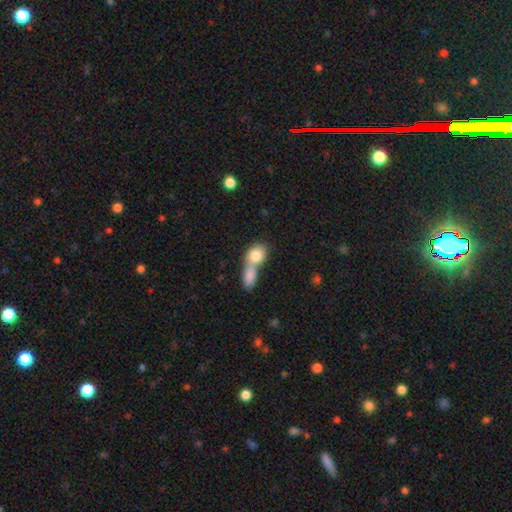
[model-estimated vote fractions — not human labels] A smooth galaxy with no disk features (80%) that is in between round and cigar-shaped (58%). Merging: merger (71%).